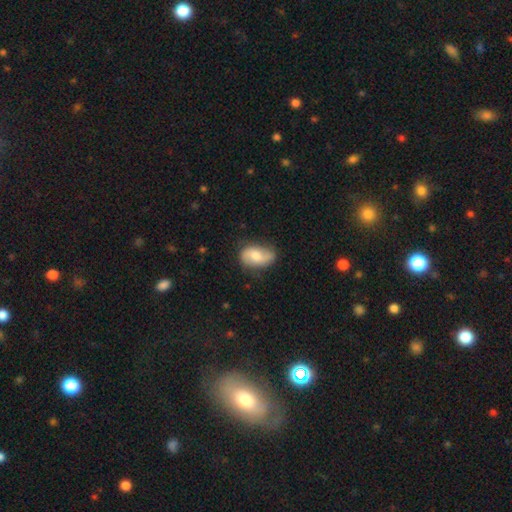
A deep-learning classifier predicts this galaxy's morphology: Smooth or featured? featured or disk (52%)
Edge-on disk? no (96%)
Merging? none (68%)